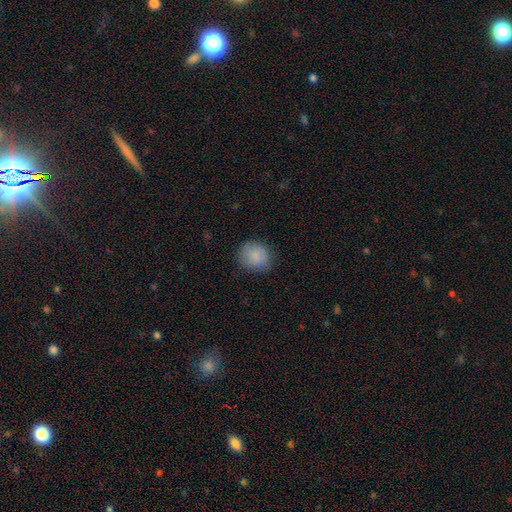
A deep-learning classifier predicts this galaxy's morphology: The model was most divided on "how rounded": round: 70%, in between: 29%, cigar-shaped: 1%. More confident: smooth or featured — smooth (86%); merging — none (83%).